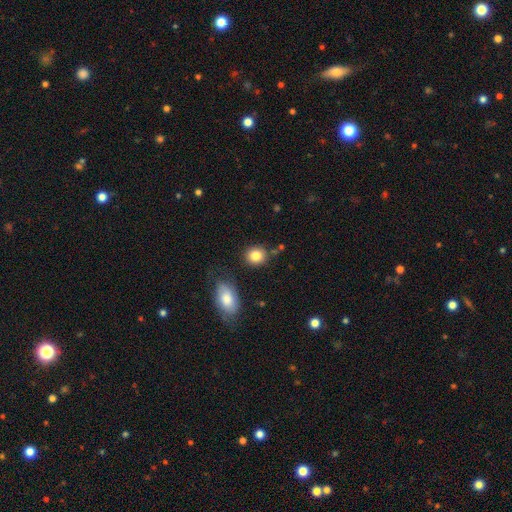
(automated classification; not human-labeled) Q: Smooth or featured?
A: smooth (84%); runner-up: star or artifact (9%)
Q: How rounded?
A: round (77%); runner-up: in between (22%)
Q: Merging?
A: none (81%); runner-up: minor disturbance (10%)